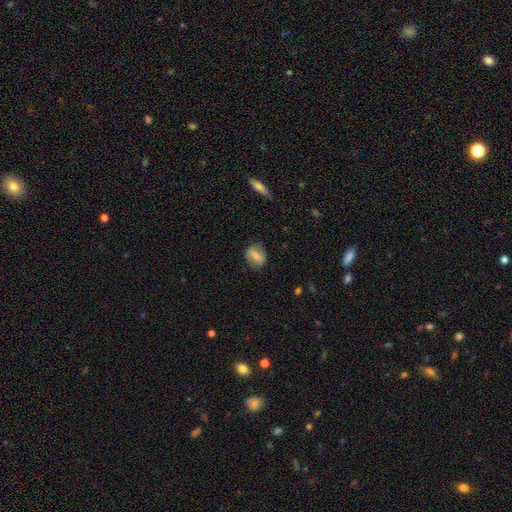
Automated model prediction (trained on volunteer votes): This is likely a smooth galaxy (63%). How rounded: possibly in between (53%). Merging: likely none (78%).